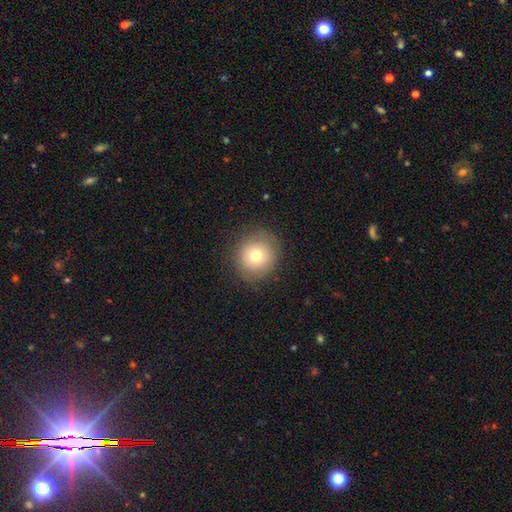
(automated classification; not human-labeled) This is likely a smooth galaxy (72%). How rounded: clearly round (90%). Merging: clearly none (85%).